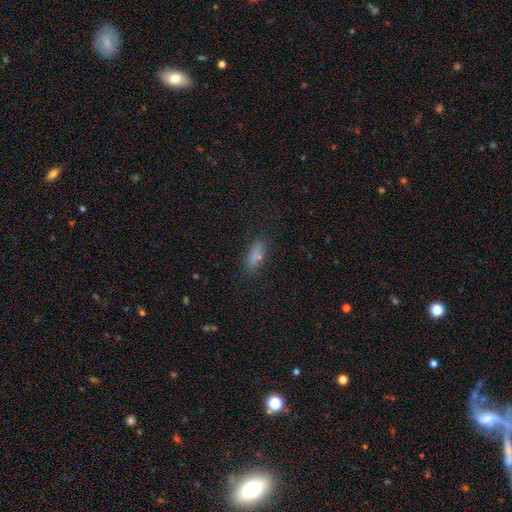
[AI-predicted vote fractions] Smooth or featured? smooth (79%)
How rounded? in between (75%)
Merging? none (78%)